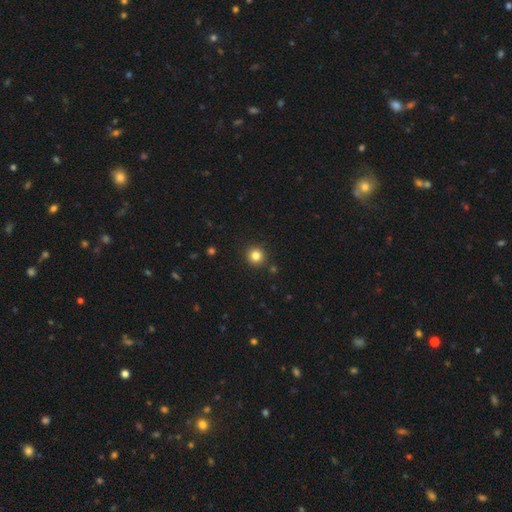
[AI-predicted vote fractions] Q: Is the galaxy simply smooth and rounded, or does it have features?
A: smooth — 82%.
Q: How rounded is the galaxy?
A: round — 94%.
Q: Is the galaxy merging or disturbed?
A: none — 91%.